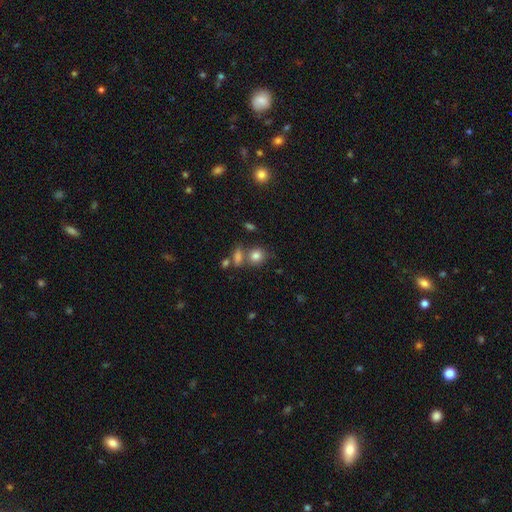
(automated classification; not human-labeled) The model was most divided on "merging": none: 61%, merger: 22%, minor disturbance: 12%, major disturbance: 5%. More confident: smooth or featured — smooth (81%); how rounded — round (72%).